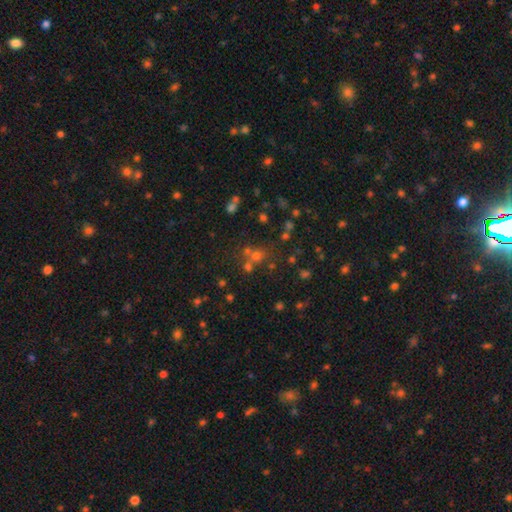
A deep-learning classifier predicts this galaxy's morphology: type=smooth (46%); merging=none (60%).